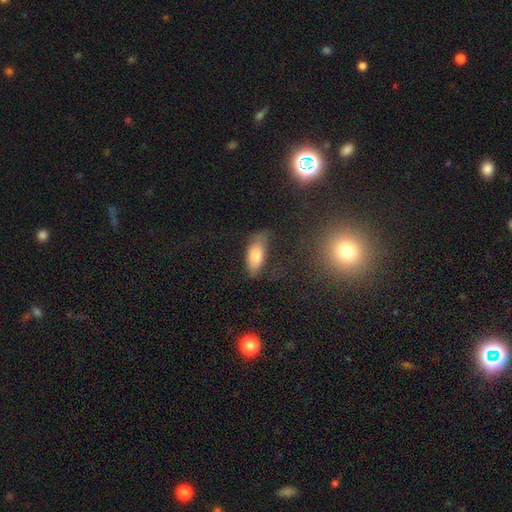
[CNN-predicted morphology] Smooth or featured? Predicted: smooth (p=0.77). How rounded? Predicted: in between (p=0.83). Merging? Predicted: none (p=0.54).